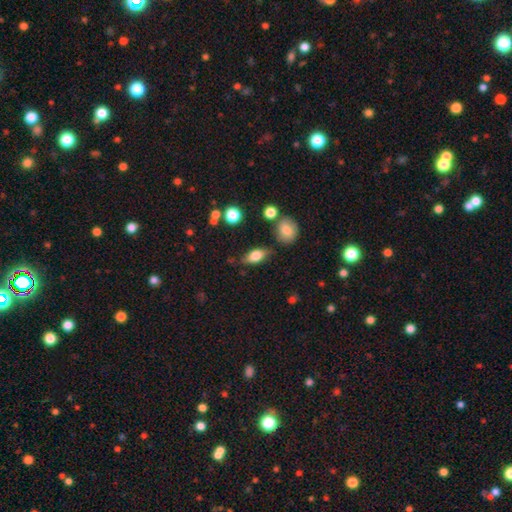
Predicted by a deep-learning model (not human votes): Morphology: type=smooth (74%); roundness=in between (82%); merging=none (72%).